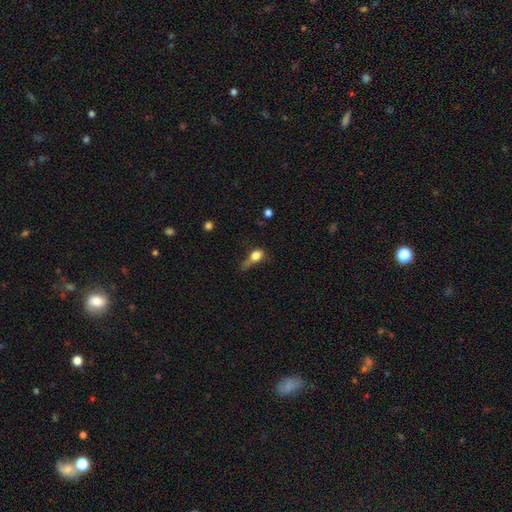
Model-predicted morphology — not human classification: Overall: smooth (74%). How rounded: in between (62%; round 29%). Merging: major disturbance (43%; minor disturbance 29%).